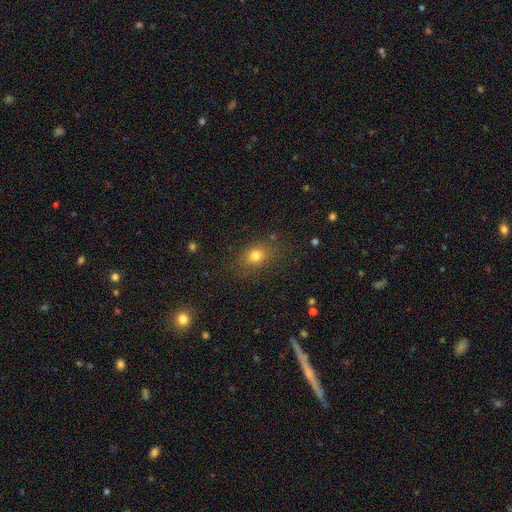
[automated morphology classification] smooth-or-featured: smooth: 76% | star or artifact: 15% | featured or disk: 9%
  how-rounded: in between: 53% | round: 45% | cigar-shaped: 2%
  merging: none: 80% | minor disturbance: 13% | major disturbance: 5% | merger: 2%